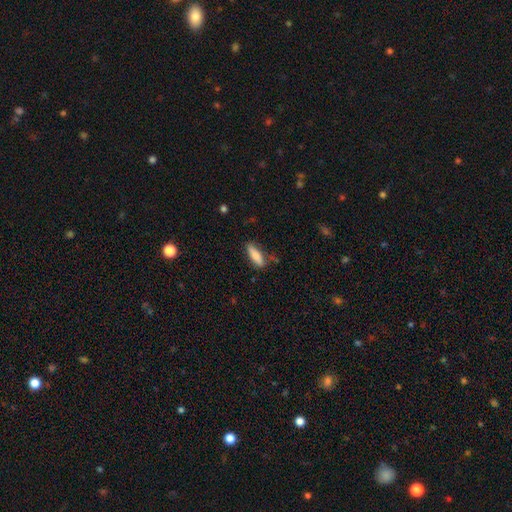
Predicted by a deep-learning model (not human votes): Smooth or featured?
  - smooth: 79% *
  - featured or disk: 15%
  - star or artifact: 6%
How rounded?
  - in between: 54% *
  - cigar-shaped: 43%
  - round: 2%
Merging?
  - none: 71% *
  - minor disturbance: 21%
  - major disturbance: 5%
  - merger: 3%